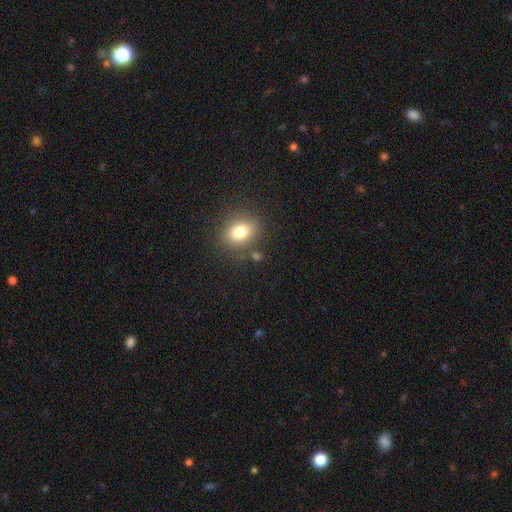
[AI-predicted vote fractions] smooth-or-featured: smooth: 76% | star or artifact: 13% | featured or disk: 11%
  how-rounded: in between: 59% | round: 39% | cigar-shaped: 2%
  merging: none: 82% | minor disturbance: 10% | merger: 5% | major disturbance: 3%